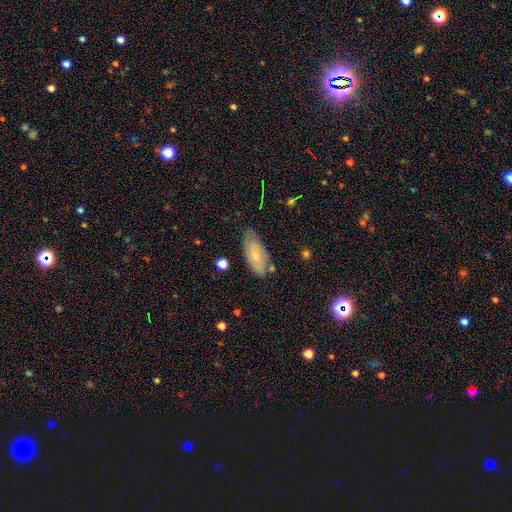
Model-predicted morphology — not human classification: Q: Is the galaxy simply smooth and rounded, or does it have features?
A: smooth — 62%.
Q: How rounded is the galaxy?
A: in between — 82%.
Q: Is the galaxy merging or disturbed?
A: none — 69%.